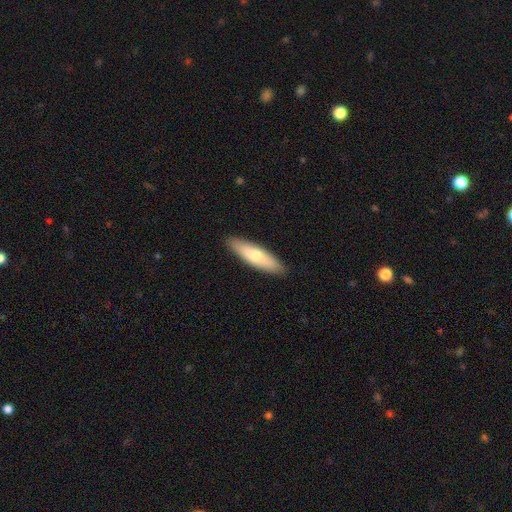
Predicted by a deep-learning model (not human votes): A smooth galaxy with no disk features (68%) that is cigar-shaped (63%). Merging: none (89%).